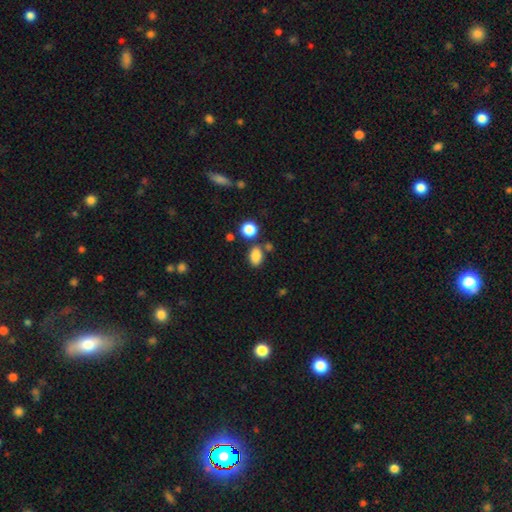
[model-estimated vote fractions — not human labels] Smooth or featured: smooth — 85% (star or artifact — 10%)
How rounded: in between — 80% (round — 18%)
Merging: none — 72% (minor disturbance — 13%)